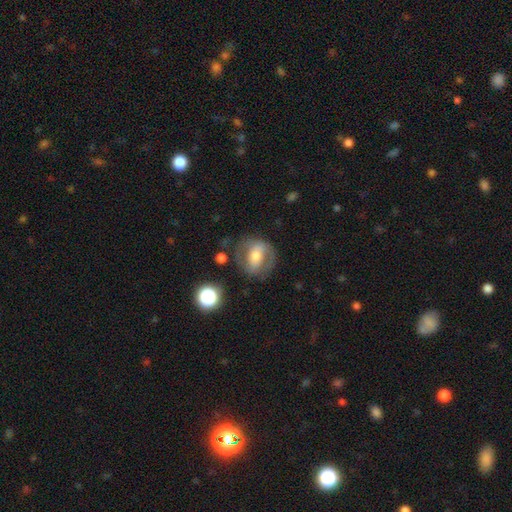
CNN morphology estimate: Smooth or featured? Predicted: featured or disk (p=0.53). Edge-on disk? Predicted: no (p=0.93). Merging? Predicted: none (p=0.69).